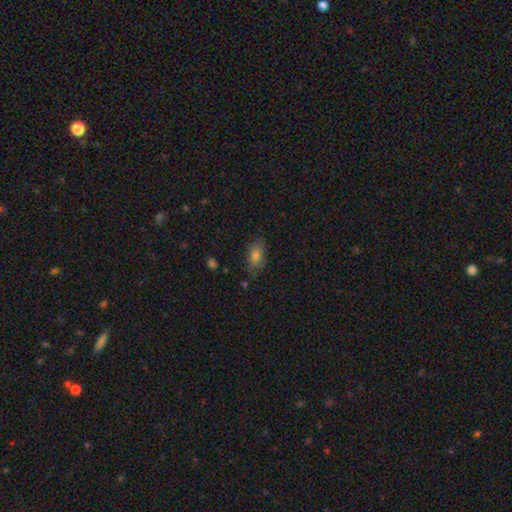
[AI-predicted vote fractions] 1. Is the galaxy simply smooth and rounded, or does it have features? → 68% smooth, 19% featured or disk, 13% star or artifact.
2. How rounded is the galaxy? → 84% in between, 9% cigar-shaped, 7% round.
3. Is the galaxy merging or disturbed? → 77% none, 18% minor disturbance, 4% major disturbance, 2% merger.